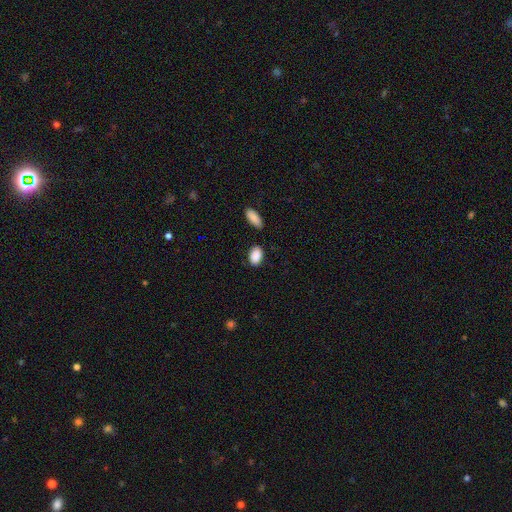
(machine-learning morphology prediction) Smooth or featured? smooth (90%)
How rounded? in between (90%)
Merging? none (79%)